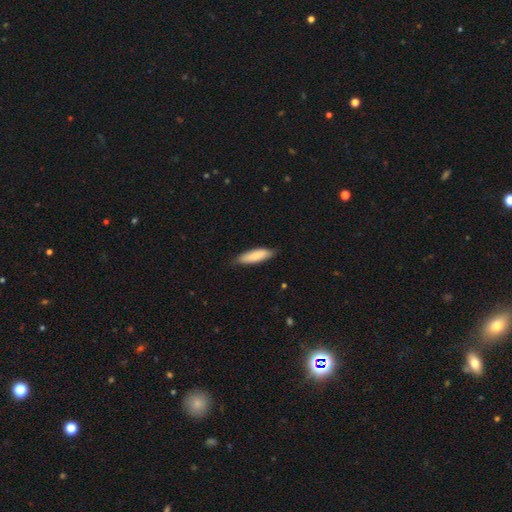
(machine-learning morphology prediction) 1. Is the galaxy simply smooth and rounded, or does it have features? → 84% smooth, 11% featured or disk, 5% star or artifact.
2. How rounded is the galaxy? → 56% cigar-shaped, 42% in between, 1% round.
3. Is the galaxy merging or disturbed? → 82% none, 15% minor disturbance, 2% major disturbance, 1% merger.